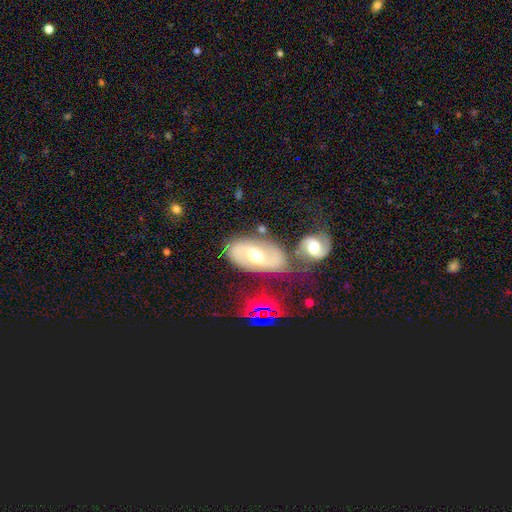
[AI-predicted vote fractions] Q: Smooth or featured?
A: featured or disk (72%); runner-up: smooth (18%)
Q: Edge-on disk?
A: no (94%); runner-up: yes (6%)
Q: Bar?
A: no (43%); runner-up: weak (38%)
Q: Spiral arms?
A: yes (83%); runner-up: no (17%)
Q: Spiral winding?
A: medium (44%); runner-up: tight (36%)
Q: Spiral arm count?
A: 2 (84%); runner-up: can't tell (10%)
Q: Bulge size?
A: moderate (75%); runner-up: small (14%)
Q: Merging?
A: none (54%); runner-up: merger (20%)